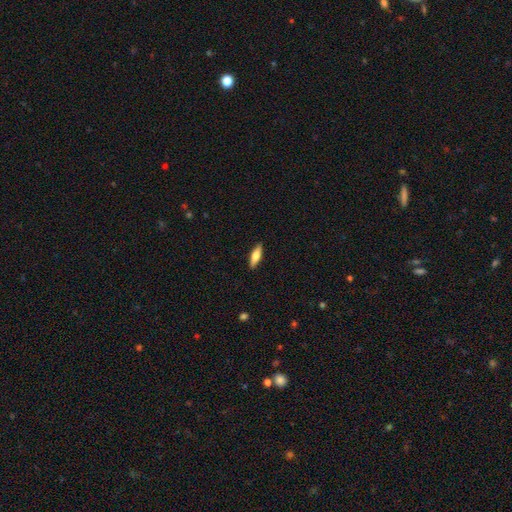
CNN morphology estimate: Smooth or featured? smooth (61%)
How rounded? cigar-shaped (53%)
Merging? none (90%)